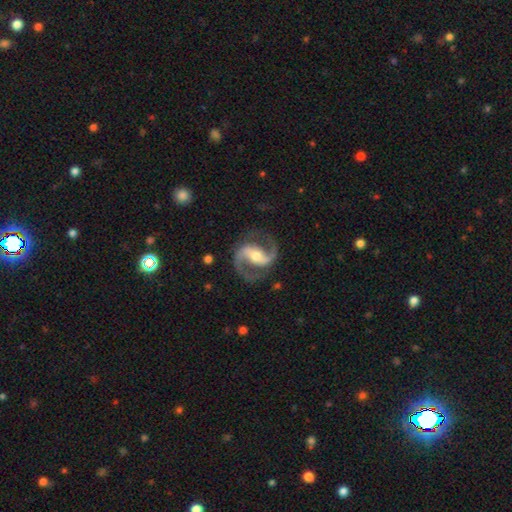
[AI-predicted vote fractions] This appears to be a featured or disk galaxy (93%) with a strong bar (48%), 2 (94%) medium (62%) spiral arms (98%) and a moderate central bulge (60%). Merging: none (82%).